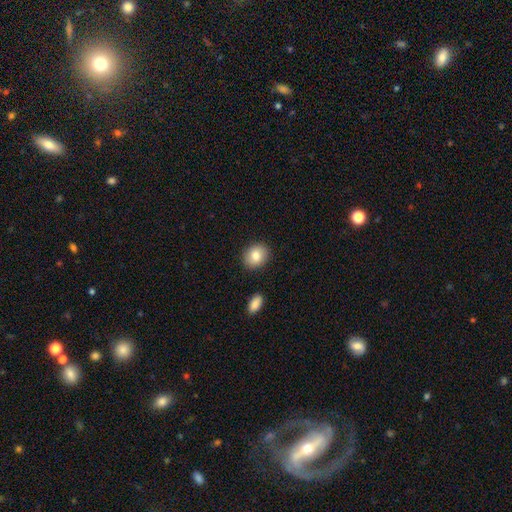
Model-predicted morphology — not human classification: smooth_or_featured: smooth (p=0.83) [alt: featured or disk p=0.09]
how_rounded: round (p=0.56) [alt: in between p=0.43]
merging: none (p=0.88) [alt: minor disturbance p=0.08]